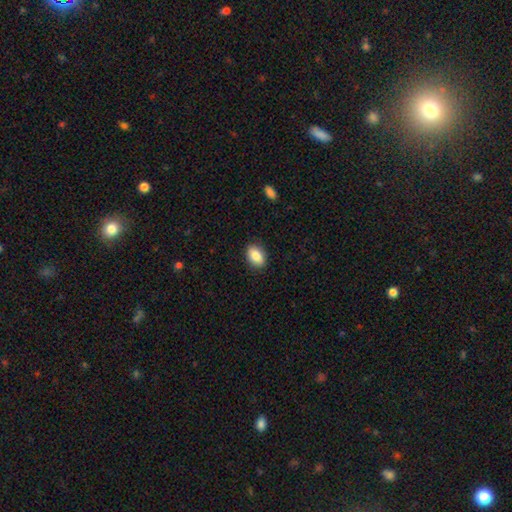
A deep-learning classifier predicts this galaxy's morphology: Overall: smooth (85%). How rounded: in between (84%). Merging: none (88%).